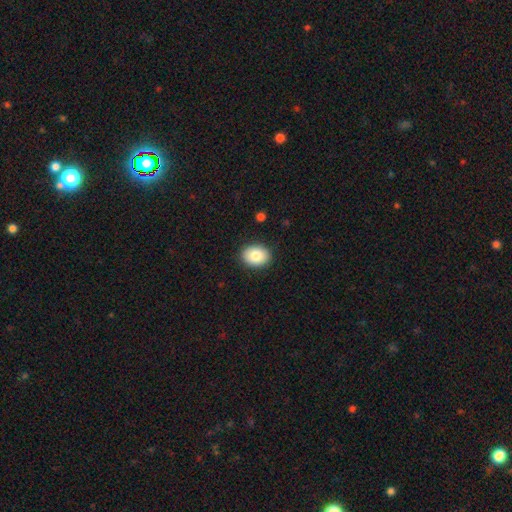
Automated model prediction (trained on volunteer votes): smooth 83%, featured or disk 9%, star or artifact 8%. Down the decision tree: how rounded — in between (64%); merging — none (90%).